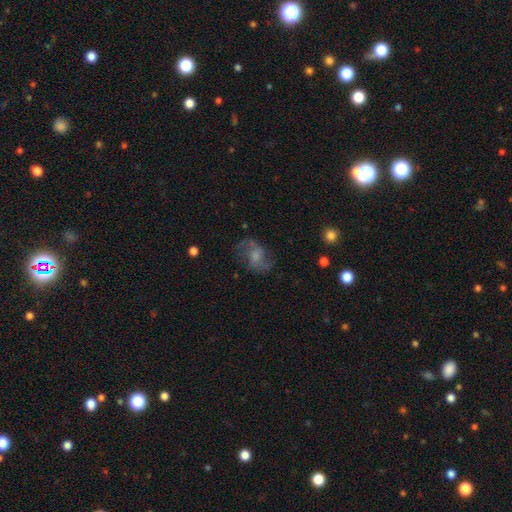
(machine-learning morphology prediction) A featured or disk galaxy (65%) with no bar (48%), 2 (87%) loose (53%) spiral arms (88%) and a small central bulge (36%). Merging: none (65%).